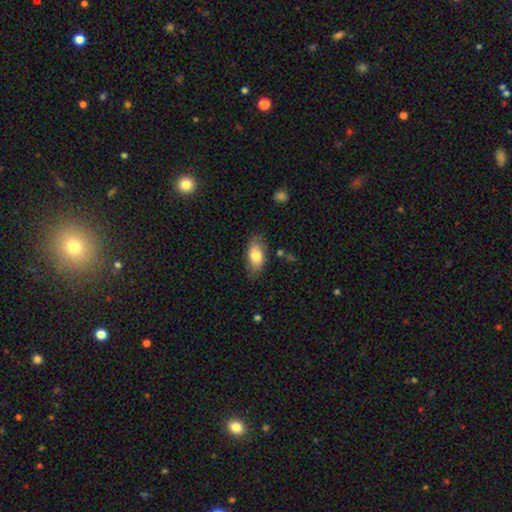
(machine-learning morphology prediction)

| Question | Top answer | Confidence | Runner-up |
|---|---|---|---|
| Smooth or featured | smooth | 75% | featured or disk (18%) |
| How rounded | in between | 92% | round (4%) |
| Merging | none | 74% | minor disturbance (19%) |